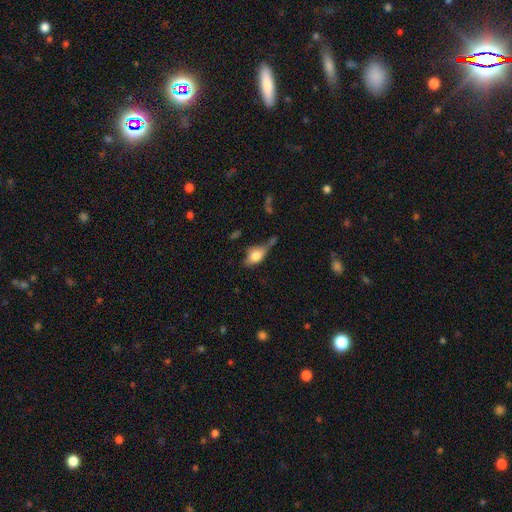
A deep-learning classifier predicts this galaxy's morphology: Smooth or featured? Predicted: smooth (p=0.71). How rounded? Predicted: in between (p=0.81). Merging? Predicted: none (p=0.37).